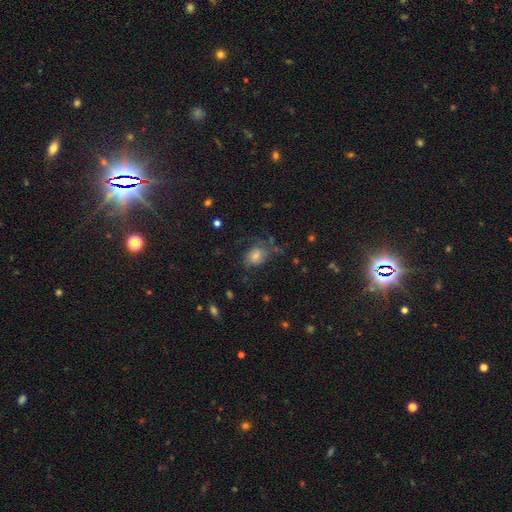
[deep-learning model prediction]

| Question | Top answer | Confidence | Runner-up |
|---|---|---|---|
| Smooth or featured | smooth | 61% | featured or disk (27%) |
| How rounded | in between | 57% | round (41%) |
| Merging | none | 46% | minor disturbance (26%) |